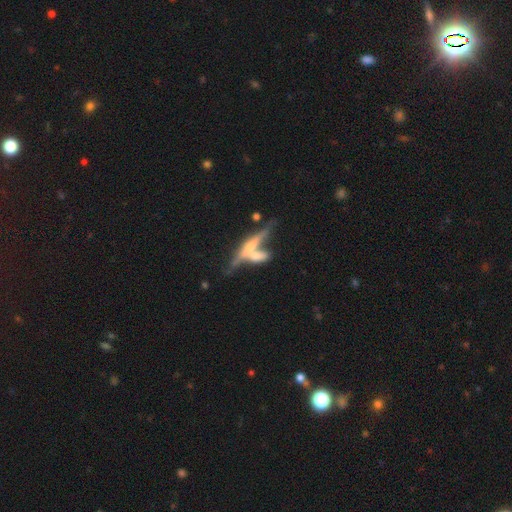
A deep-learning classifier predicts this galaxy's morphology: Overall: featured or disk (57%; smooth 35%). Edge-on disk: yes (80%). Merging: merger (51%; none 32%).